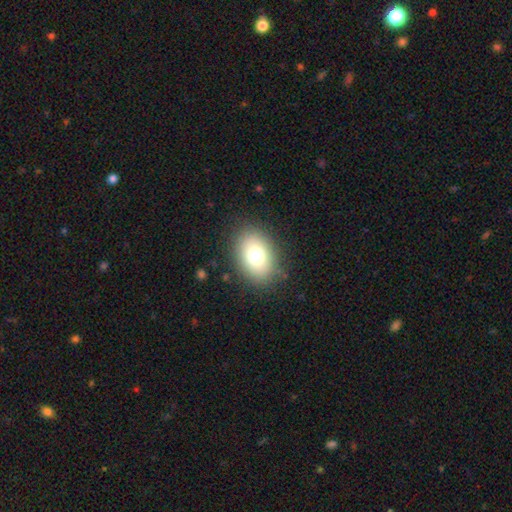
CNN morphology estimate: This is likely a smooth galaxy (75%). How rounded: likely in between (75%). Merging: clearly none (85%).